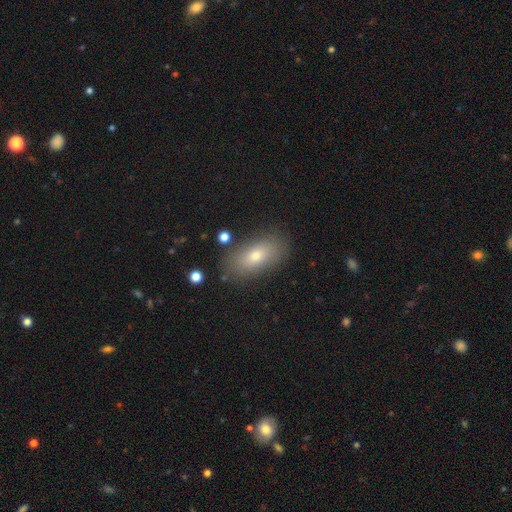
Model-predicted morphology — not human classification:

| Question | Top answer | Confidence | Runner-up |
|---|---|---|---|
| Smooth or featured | smooth | 73% | featured or disk (17%) |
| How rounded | in between | 86% | cigar-shaped (8%) |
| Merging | none | 82% | minor disturbance (12%) |